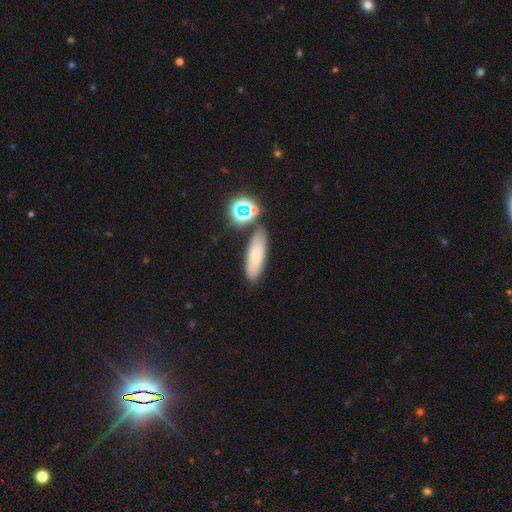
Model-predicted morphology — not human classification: Smooth or featured?
  - smooth: 67% *
  - featured or disk: 21%
  - star or artifact: 13%
How rounded?
  - in between: 52% *
  - cigar-shaped: 43%
  - round: 4%
Merging?
  - none: 80% *
  - minor disturbance: 11%
  - merger: 6%
  - major disturbance: 3%